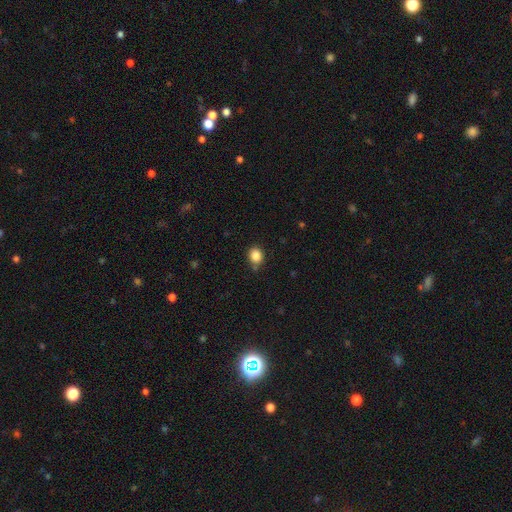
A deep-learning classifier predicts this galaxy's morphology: Smooth or featured?
  - smooth: 86% *
  - star or artifact: 10%
  - featured or disk: 4%
How rounded?
  - round: 68% *
  - in between: 31%
  - cigar-shaped: 1%
Merging?
  - none: 78% *
  - minor disturbance: 16%
  - merger: 3%
  - major disturbance: 3%